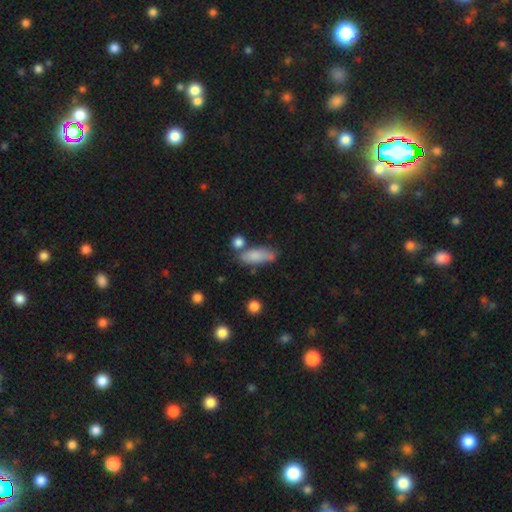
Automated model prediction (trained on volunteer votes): Overall: smooth (81%). How rounded: in between (68%; cigar-shaped 29%). Merging: none (58%; minor disturbance 20%).